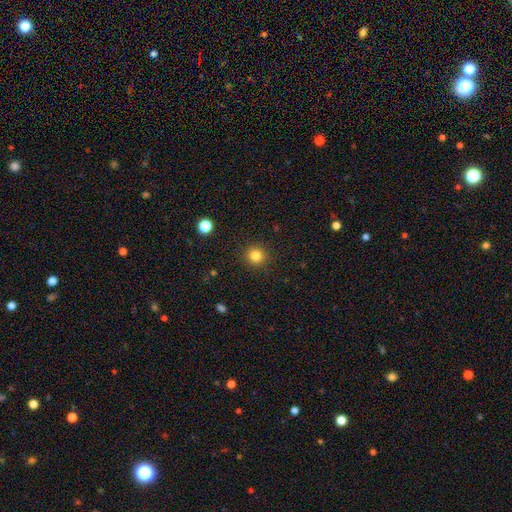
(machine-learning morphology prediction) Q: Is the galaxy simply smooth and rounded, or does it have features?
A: smooth — 82%.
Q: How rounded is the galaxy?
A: round — 94%.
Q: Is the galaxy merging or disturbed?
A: none — 91%.